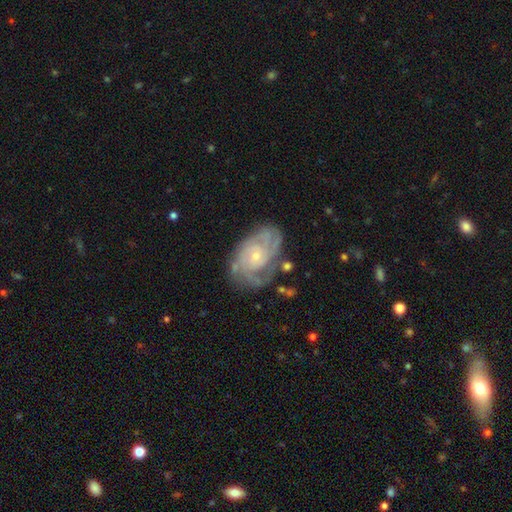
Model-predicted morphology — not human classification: featured or disk 85%, smooth 9%, star or artifact 6%. Down the decision tree: edge-on disk — no (97%); bar — no (75%); spiral arms — yes (95%); spiral arm count — can't tell (29%); spiral winding — tight (64%); bulge size — small (73%); merging — none (67%).